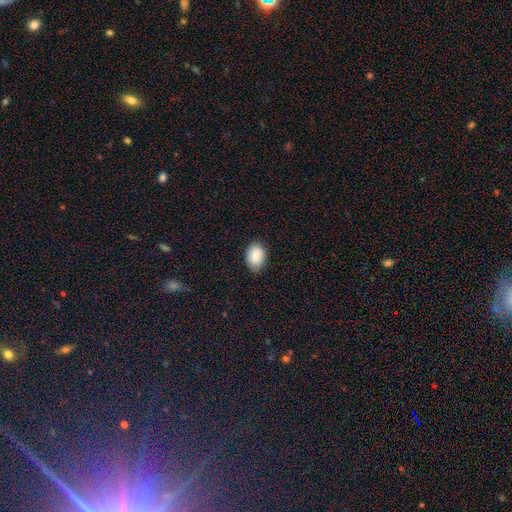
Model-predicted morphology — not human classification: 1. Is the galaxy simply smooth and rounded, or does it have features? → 87% smooth, 7% star or artifact, 6% featured or disk.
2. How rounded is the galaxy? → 83% in between, 16% round, 1% cigar-shaped.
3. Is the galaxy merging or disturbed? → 81% none, 16% minor disturbance, 3% major disturbance, 1% merger.